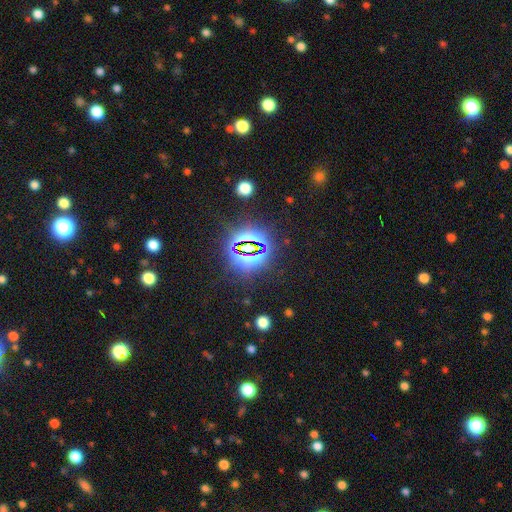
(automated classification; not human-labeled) Overall: star or artifact (83%).